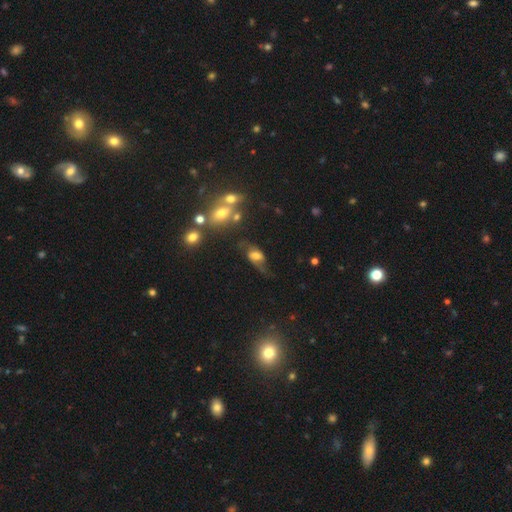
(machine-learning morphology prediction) This appears to be a featured or disk galaxy (49%). Merging: none (46%).